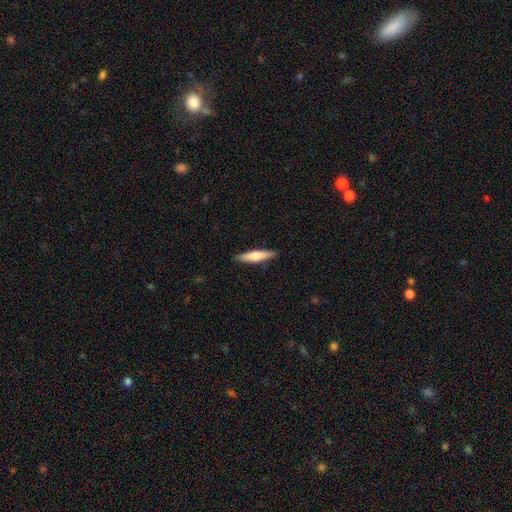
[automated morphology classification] The model was most divided on "smooth or featured": smooth: 65%, featured or disk: 30%, star or artifact: 5%. More confident: merging — none (89%); how rounded — cigar-shaped (81%).